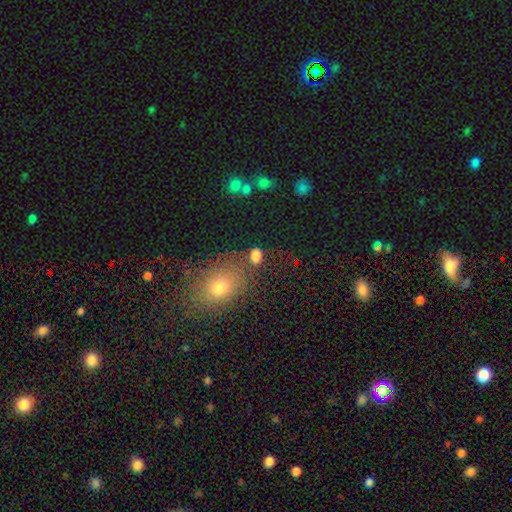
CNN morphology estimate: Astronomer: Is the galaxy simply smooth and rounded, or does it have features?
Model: smooth — 76%.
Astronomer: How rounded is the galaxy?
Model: in between — 71%.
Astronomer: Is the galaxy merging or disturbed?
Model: none — 68%.